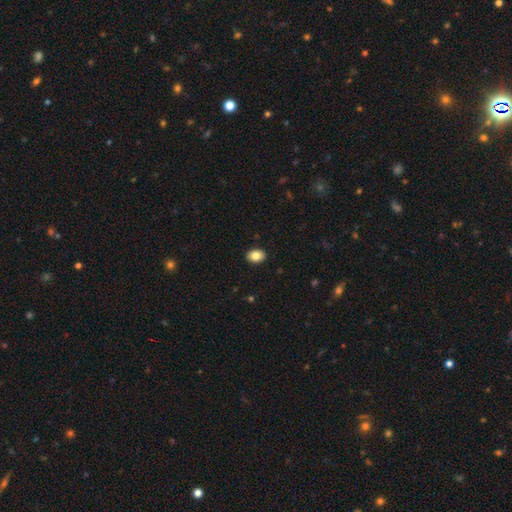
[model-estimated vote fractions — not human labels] Q: Smooth or featured?
A: smooth (85%); runner-up: star or artifact (8%)
Q: How rounded?
A: in between (80%); runner-up: round (19%)
Q: Merging?
A: none (91%); runner-up: minor disturbance (7%)